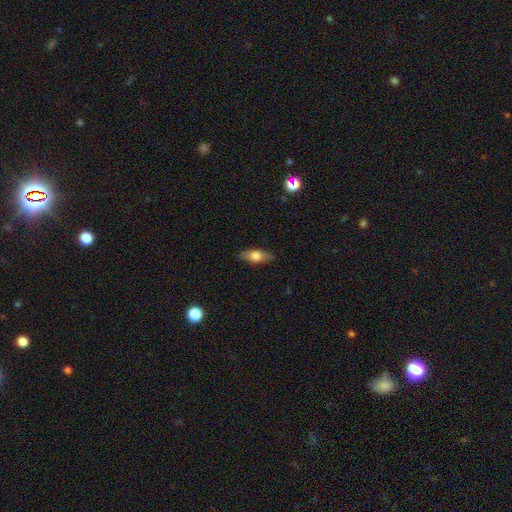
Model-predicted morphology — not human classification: A smooth galaxy with no disk features (65%) that is in between round and cigar-shaped (73%). Merging: none (86%).